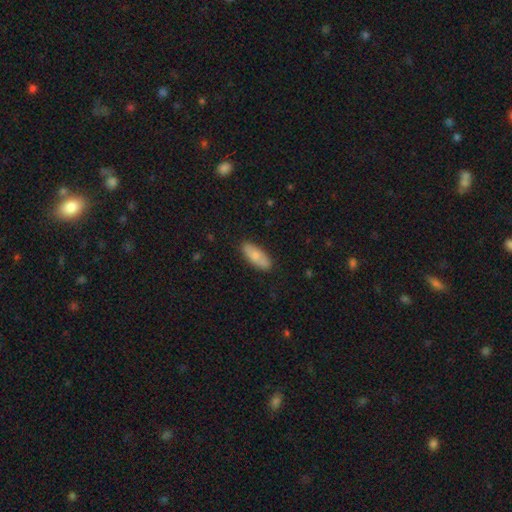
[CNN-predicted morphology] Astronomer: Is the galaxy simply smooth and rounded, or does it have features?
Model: smooth — 73%.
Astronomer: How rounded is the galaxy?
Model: in between — 76%.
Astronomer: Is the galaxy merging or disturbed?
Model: none — 84%.